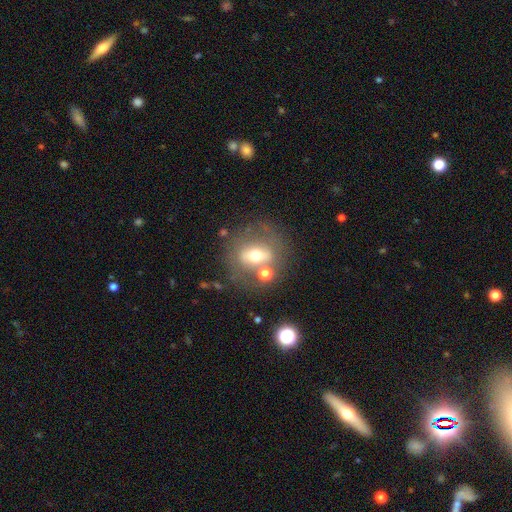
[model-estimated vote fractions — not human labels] Q: Smooth or featured?
A: smooth (44%); tied with: featured or disk (44%)
Q: Merging?
A: none (63%); runner-up: minor disturbance (14%)